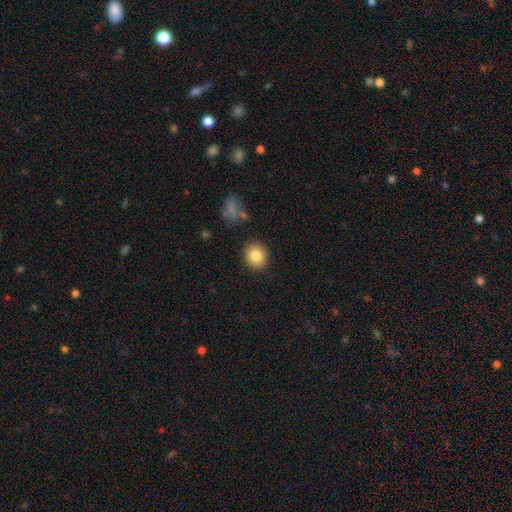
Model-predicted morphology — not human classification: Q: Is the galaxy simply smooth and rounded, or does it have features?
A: smooth — 84%.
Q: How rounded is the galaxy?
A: round — 79%.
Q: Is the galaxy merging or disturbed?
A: none — 88%.